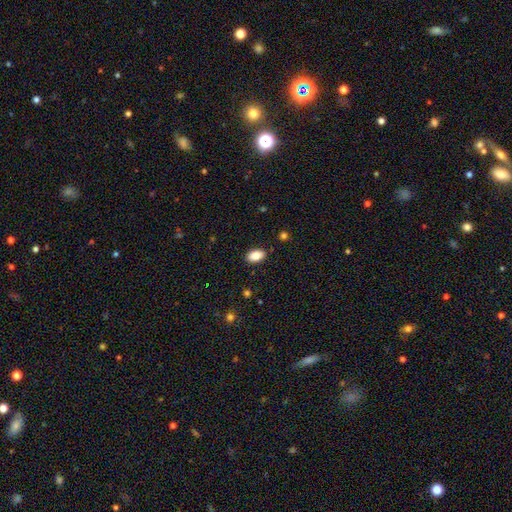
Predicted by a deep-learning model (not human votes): Morphology: type=smooth (86%); roundness=in between (93%); merging=none (88%).